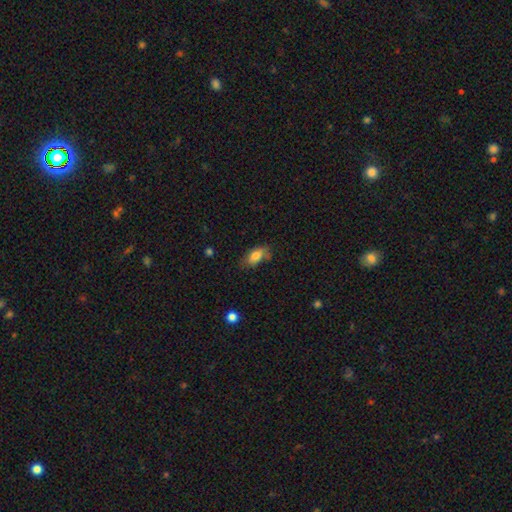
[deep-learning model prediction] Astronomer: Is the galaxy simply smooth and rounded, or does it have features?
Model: smooth — 79%.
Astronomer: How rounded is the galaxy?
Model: in between — 88%.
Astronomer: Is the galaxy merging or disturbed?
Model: none — 63%.